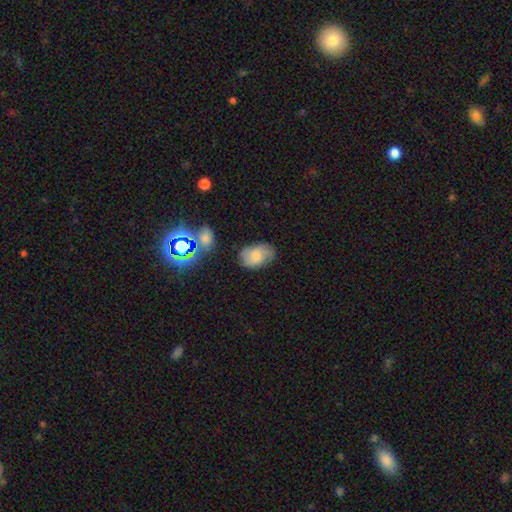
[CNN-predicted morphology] Overall: smooth (66%). How rounded: in between (83%). Merging: none (70%).